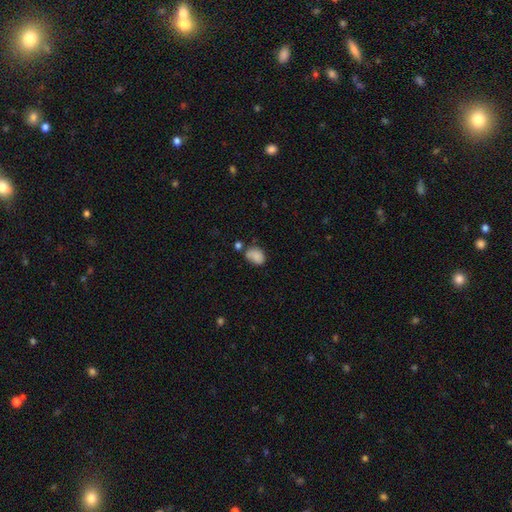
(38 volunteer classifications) Smooth or featured? 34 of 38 (89%) said smooth. How rounded? 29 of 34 (85%) said in between. Merging? 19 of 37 (51%) said none.